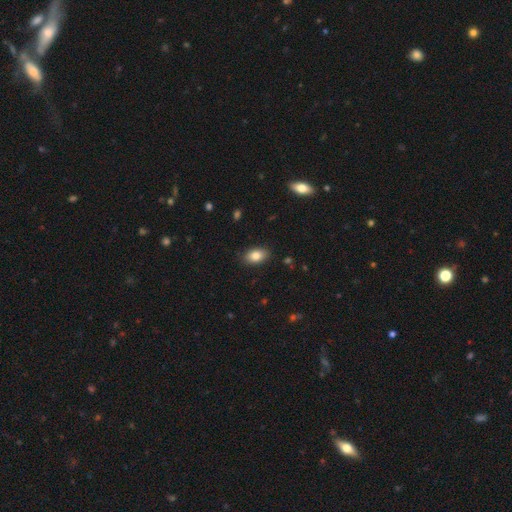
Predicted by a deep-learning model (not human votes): Smooth or featured? Predicted: smooth (p=0.84). How rounded? Predicted: in between (p=0.90). Merging? Predicted: none (p=0.87).